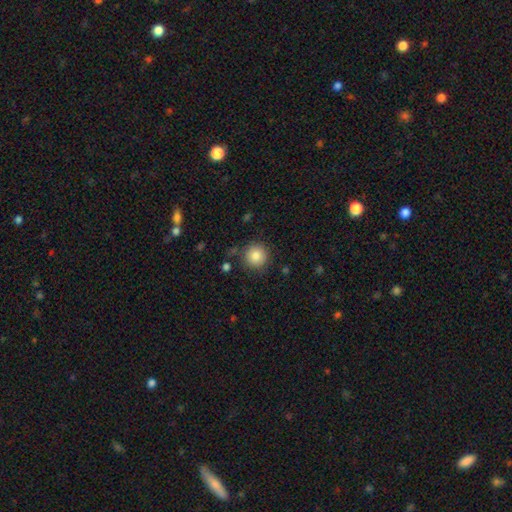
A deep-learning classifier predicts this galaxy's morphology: Smooth or featured? smooth (85%)
How rounded? round (94%)
Merging? none (86%)